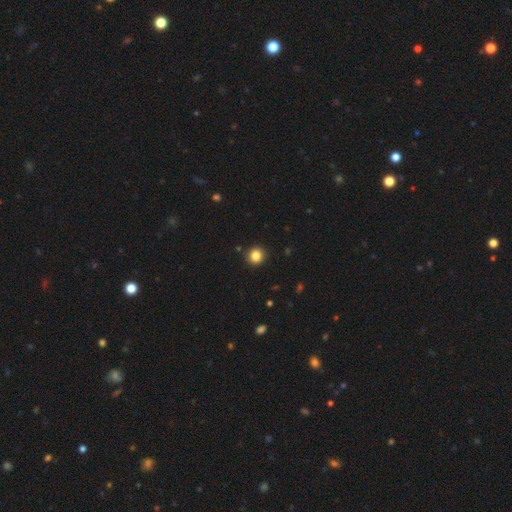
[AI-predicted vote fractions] A smooth galaxy with no disk features (84%) that is round (93%). Merging: none (92%).